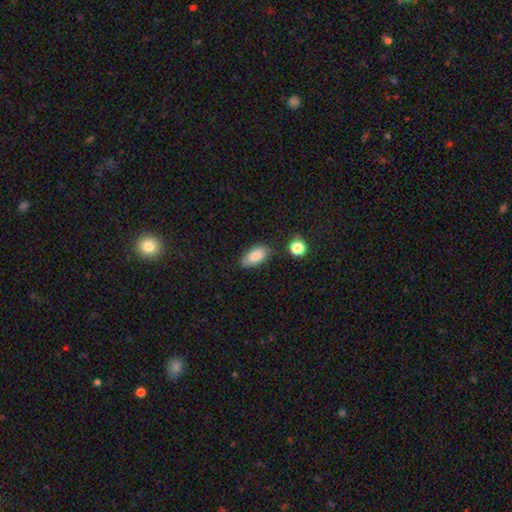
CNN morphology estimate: This appears to be a smooth galaxy with no disk features (84%) that is in between round and cigar-shaped (91%). Merging: none (73%).